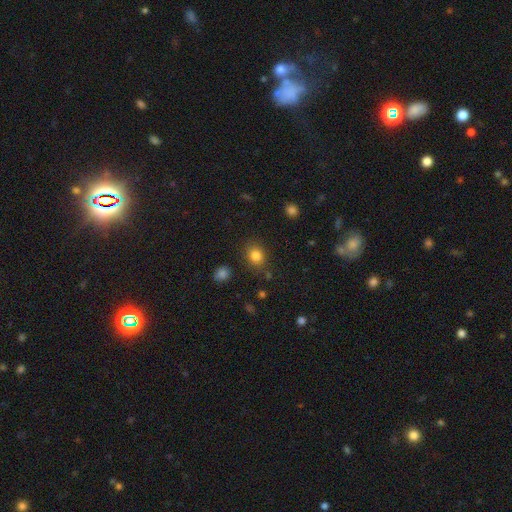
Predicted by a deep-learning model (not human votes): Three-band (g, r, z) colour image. It shows a smooth galaxy with no disk features (84%) that is round (65%). Merging: none (81%).